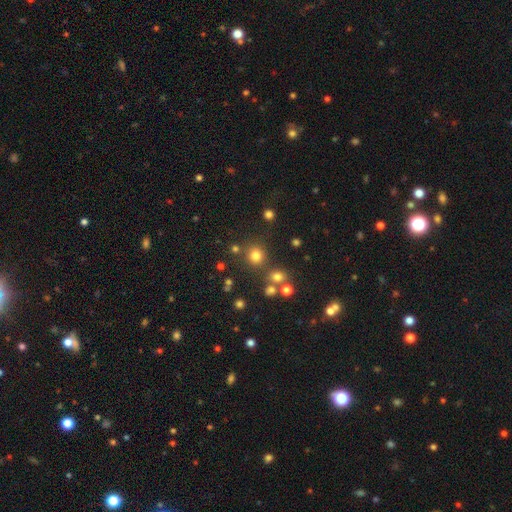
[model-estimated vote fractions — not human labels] Smooth or featured? Predicted: smooth (p=0.76). How rounded? Predicted: round (p=0.91). Merging? Predicted: none (p=0.79).